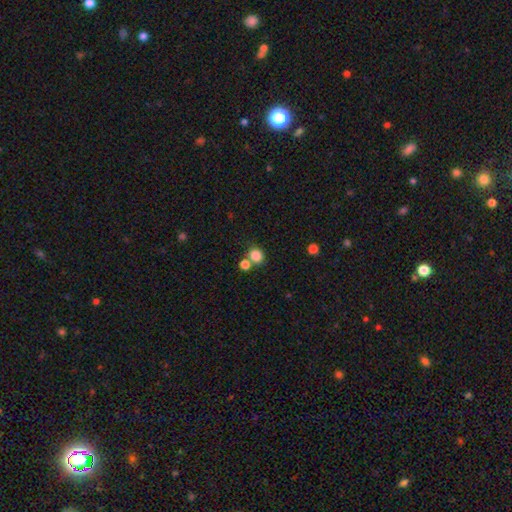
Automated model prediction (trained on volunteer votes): smooth-or-featured: smooth: 84% | star or artifact: 11% | featured or disk: 5%
  how-rounded: round: 74% | in between: 25% | cigar-shaped: 1%
  merging: none: 59% | merger: 28% | minor disturbance: 9% | major disturbance: 4%